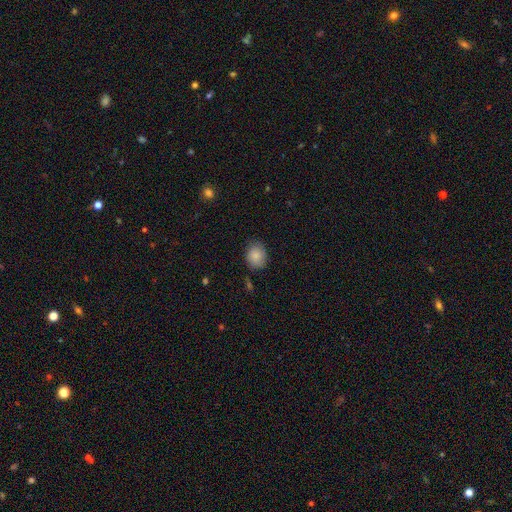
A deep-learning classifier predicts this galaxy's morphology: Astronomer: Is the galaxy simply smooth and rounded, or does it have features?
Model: smooth — 85%.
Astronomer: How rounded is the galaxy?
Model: round — 53% (runner-up: in between, 46%).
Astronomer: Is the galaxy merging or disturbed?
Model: none — 77%.